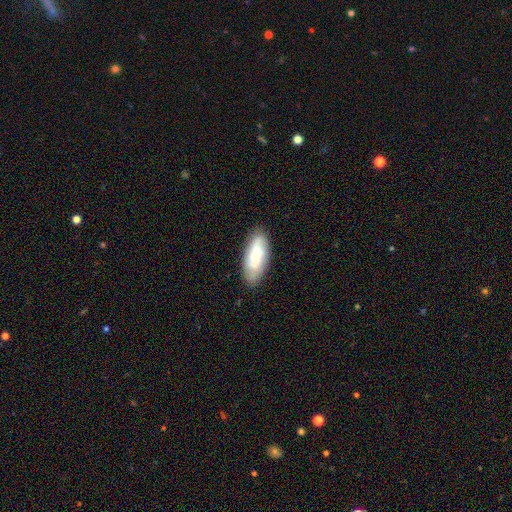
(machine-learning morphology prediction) smooth 54%, featured or disk 39%, star or artifact 7%. Down the decision tree: how rounded — in between (82%); merging — none (80%).